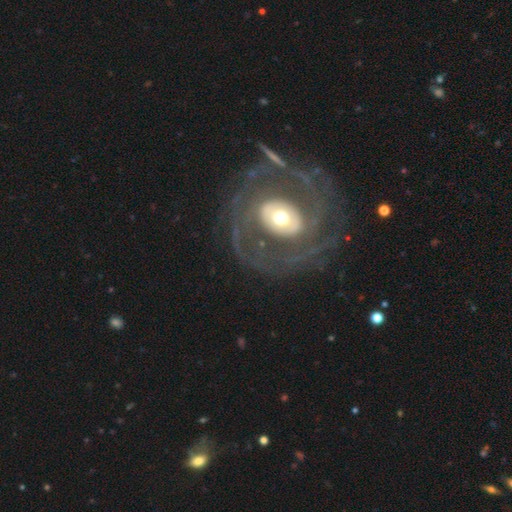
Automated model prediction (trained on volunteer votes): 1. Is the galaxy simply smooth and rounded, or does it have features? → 82% featured or disk, 11% smooth, 7% star or artifact.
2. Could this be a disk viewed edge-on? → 96% no, 4% yes.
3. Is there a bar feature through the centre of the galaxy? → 50% no, 29% weak, 21% strong.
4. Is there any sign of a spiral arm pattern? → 78% yes, 22% no.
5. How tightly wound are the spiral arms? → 52% tight, 35% medium, 13% loose.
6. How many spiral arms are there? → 56% 2, 22% can't tell, 8% 3, 5% 1, 4% 4, 4% more than 4.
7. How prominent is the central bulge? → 53% moderate, 27% small, 16% large, 2% dominant, 1% none.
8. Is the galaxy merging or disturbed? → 73% none, 13% minor disturbance, 12% major disturbance, 2% merger.